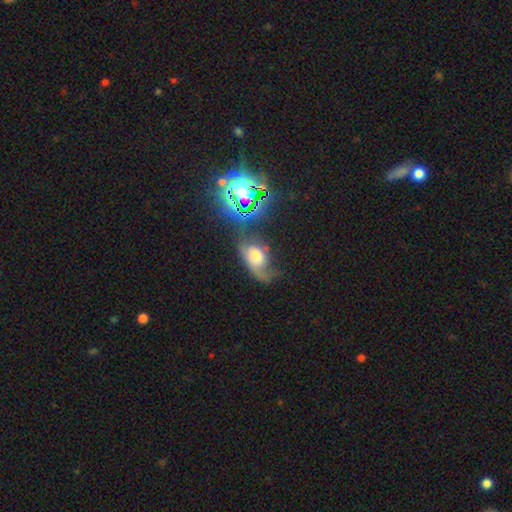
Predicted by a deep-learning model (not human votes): smooth 48%, featured or disk 36%, star or artifact 17%. Down the decision tree: merging — major disturbance (40%).